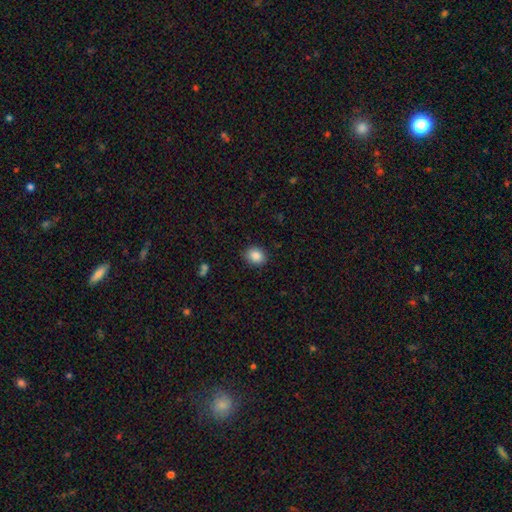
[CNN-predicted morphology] A smooth galaxy with no disk features (87%) that is round (58%). Merging: none (89%).